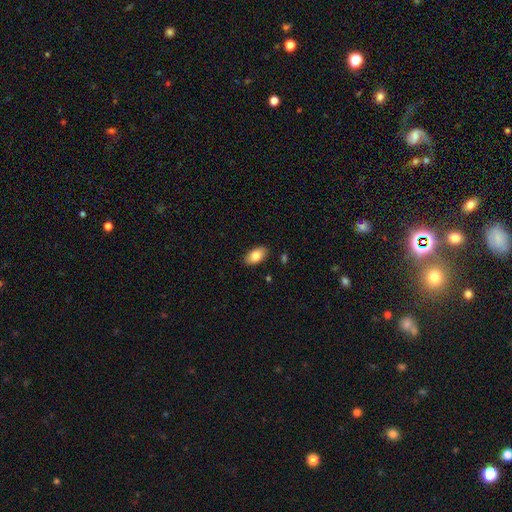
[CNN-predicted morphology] Smooth or featured: smooth — 83% (featured or disk — 10%)
How rounded: in between — 94% (round — 4%)
Merging: none — 87% (minor disturbance — 9%)